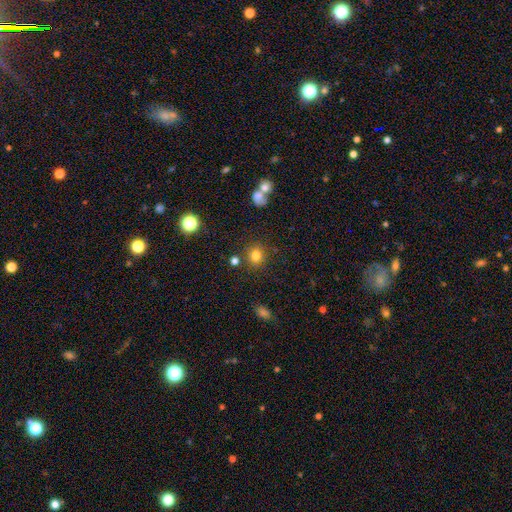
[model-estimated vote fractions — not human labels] A smooth galaxy with no disk features (79%) that is round (86%).

Vote fractions:
- Smooth or featured? smooth: 79% / star or artifact: 14% / featured or disk: 7%
- How rounded? round: 86% / in between: 13% / cigar-shaped: 1%
- Merging? none: 83% / minor disturbance: 8% / merger: 6% / major disturbance: 3%